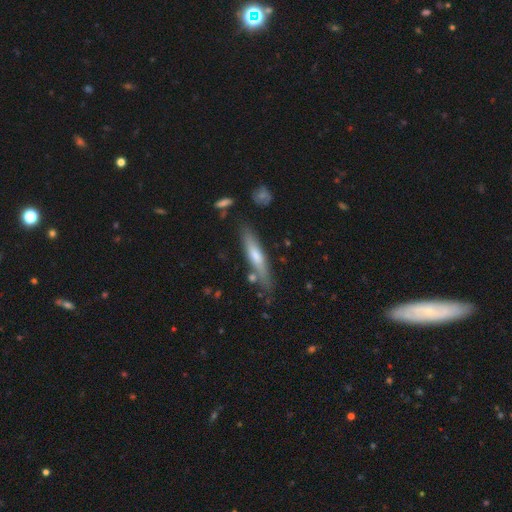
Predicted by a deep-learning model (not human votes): Smooth or featured?
  - smooth: 58% *
  - featured or disk: 36%
  - star or artifact: 6%
How rounded?
  - cigar-shaped: 85% *
  - in between: 14%
  - round: 2%
Merging?
  - none: 74% *
  - minor disturbance: 16%
  - merger: 6%
  - major disturbance: 4%